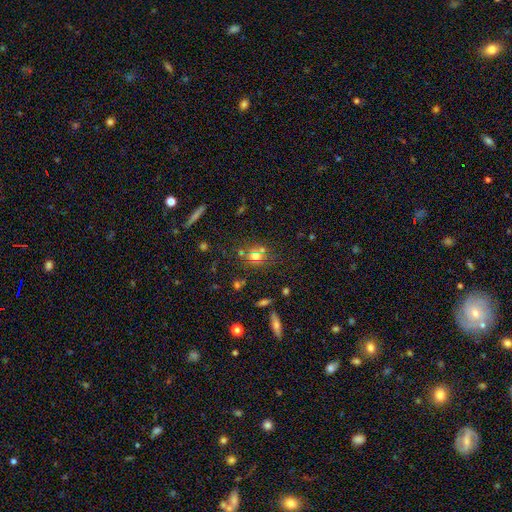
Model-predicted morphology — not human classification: This is possibly a smooth galaxy (53%). How rounded: likely round (66%). Merging: likely none (71%).